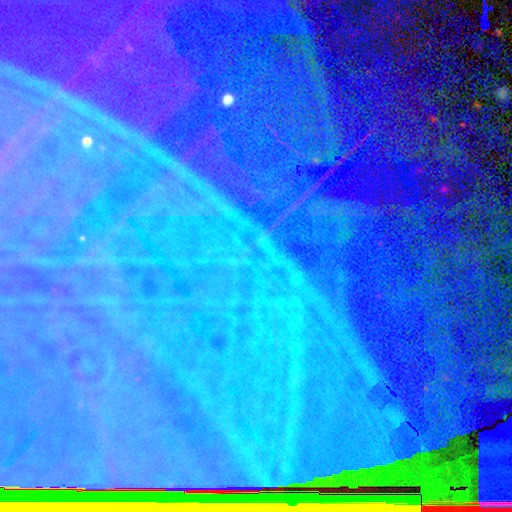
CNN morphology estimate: Smooth or featured?
  - star or artifact: 90% *
  - featured or disk: 5%
  - smooth: 5%